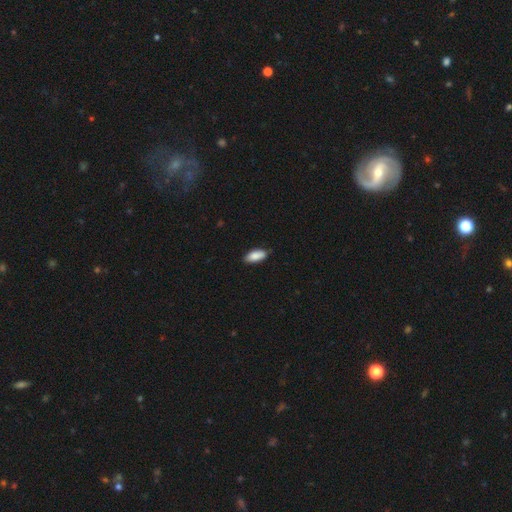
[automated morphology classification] Smooth or featured?
  - smooth: 87% *
  - featured or disk: 7%
  - star or artifact: 6%
How rounded?
  - in between: 87% *
  - cigar-shaped: 11%
  - round: 2%
Merging?
  - none: 83% *
  - minor disturbance: 14%
  - major disturbance: 2%
  - merger: 1%